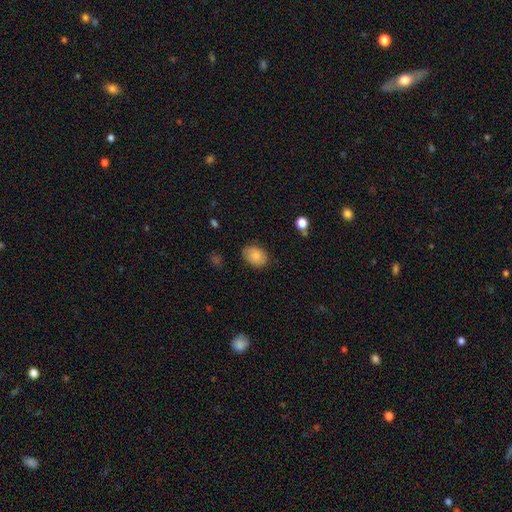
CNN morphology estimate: This is clearly a smooth galaxy (86%). How rounded: likely in between (75%). Merging: clearly none (82%).